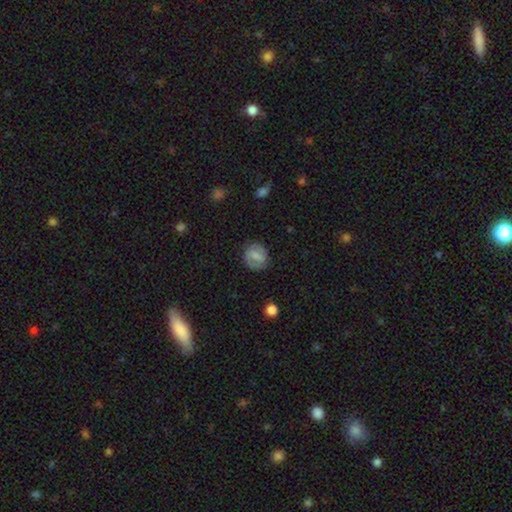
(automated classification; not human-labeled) The model was most divided on "smooth or featured": smooth: 57%, featured or disk: 35%, star or artifact: 8%. More confident: merging — none (81%); how rounded — round (73%).